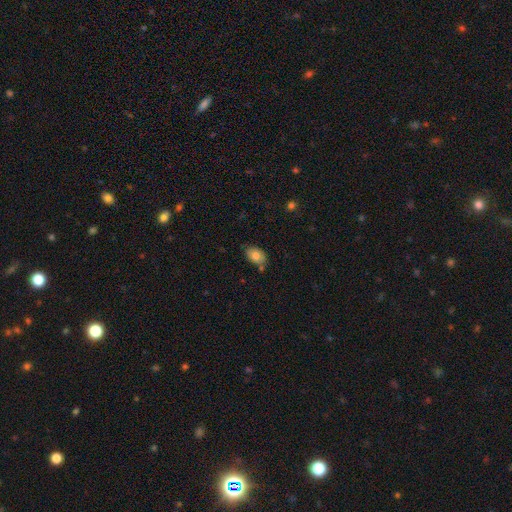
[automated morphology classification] Q: Smooth or featured?
A: smooth (78%); runner-up: featured or disk (14%)
Q: How rounded?
A: in between (82%); runner-up: round (17%)
Q: Merging?
A: none (69%); runner-up: minor disturbance (20%)